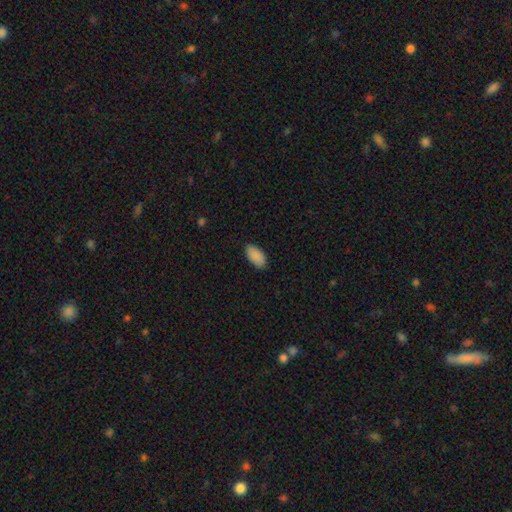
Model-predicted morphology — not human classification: Smooth or featured? smooth (90%)
How rounded? in between (94%)
Merging? none (85%)